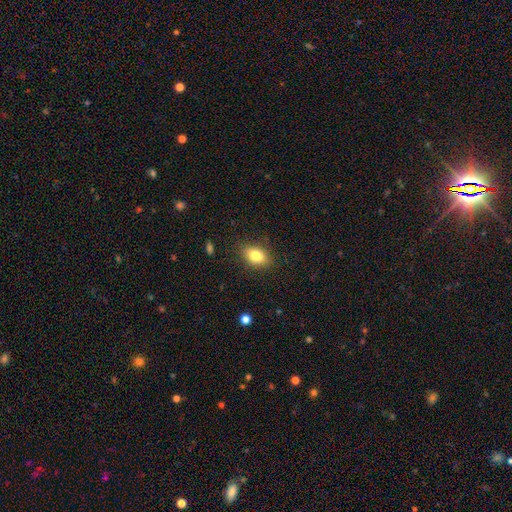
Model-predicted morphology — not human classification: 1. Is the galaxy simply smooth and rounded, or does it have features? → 82% smooth, 9% featured or disk, 9% star or artifact.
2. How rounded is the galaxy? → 83% in between, 15% round, 2% cigar-shaped.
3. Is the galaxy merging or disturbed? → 84% none, 12% minor disturbance, 3% major disturbance, 1% merger.